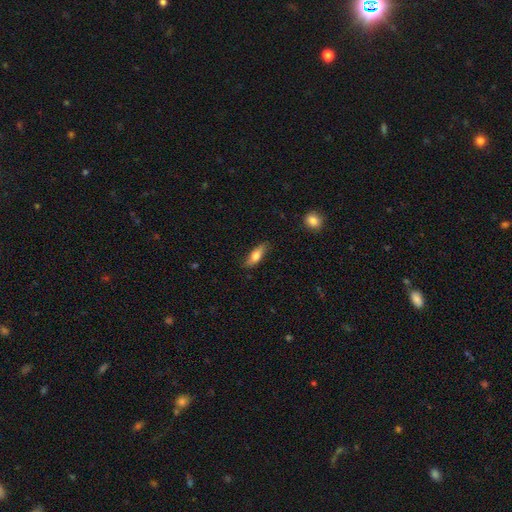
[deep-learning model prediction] Smooth or featured? Predicted: smooth (p=0.66). How rounded? Predicted: in between (p=0.58). Merging? Predicted: none (p=0.80).